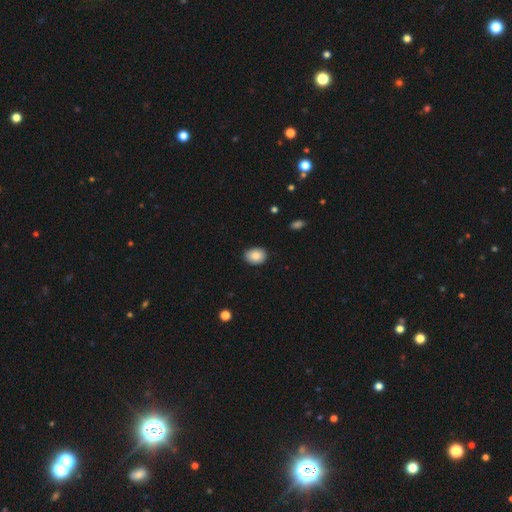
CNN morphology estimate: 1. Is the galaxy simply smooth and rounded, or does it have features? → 87% smooth, 8% star or artifact, 6% featured or disk.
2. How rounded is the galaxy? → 66% in between, 33% round, 1% cigar-shaped.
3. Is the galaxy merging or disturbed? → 87% none, 10% minor disturbance, 2% major disturbance, 1% merger.